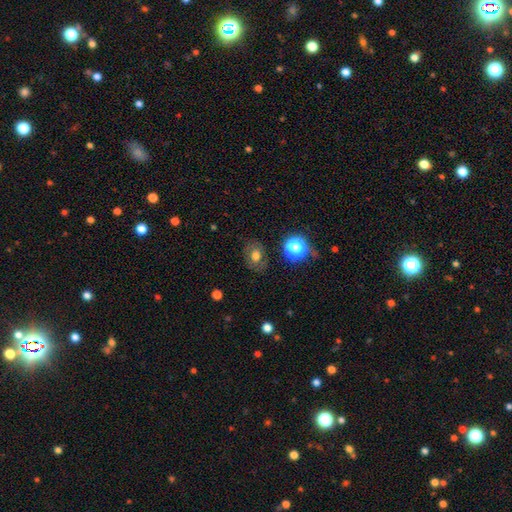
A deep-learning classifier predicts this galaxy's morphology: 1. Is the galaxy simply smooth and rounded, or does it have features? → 63% smooth, 22% featured or disk, 15% star or artifact.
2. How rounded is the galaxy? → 57% in between, 41% round, 1% cigar-shaped.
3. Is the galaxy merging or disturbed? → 79% none, 14% minor disturbance, 6% major disturbance, 2% merger.